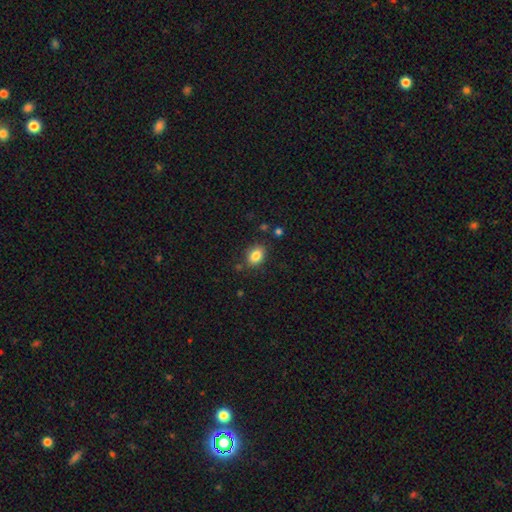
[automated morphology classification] smooth-or-featured: smooth: 84% | star or artifact: 9% | featured or disk: 7%
  how-rounded: in between: 72% | round: 27% | cigar-shaped: 1%
  merging: none: 81% | minor disturbance: 12% | merger: 3% | major disturbance: 3%